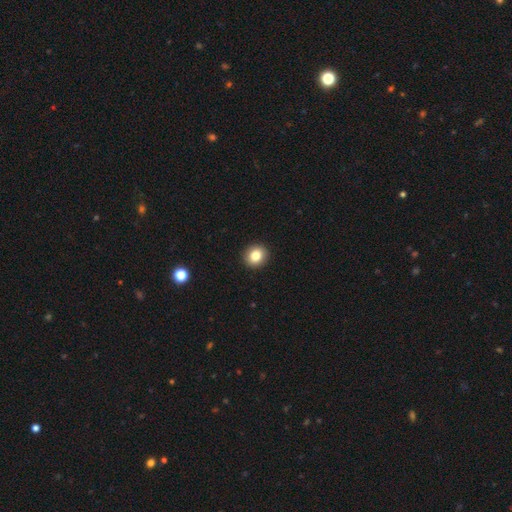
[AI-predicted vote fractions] smooth_or_featured: smooth (p=0.82) [alt: star or artifact p=0.10]
how_rounded: round (p=0.83) [alt: in between p=0.16]
merging: none (p=0.93) [alt: minor disturbance p=0.05]